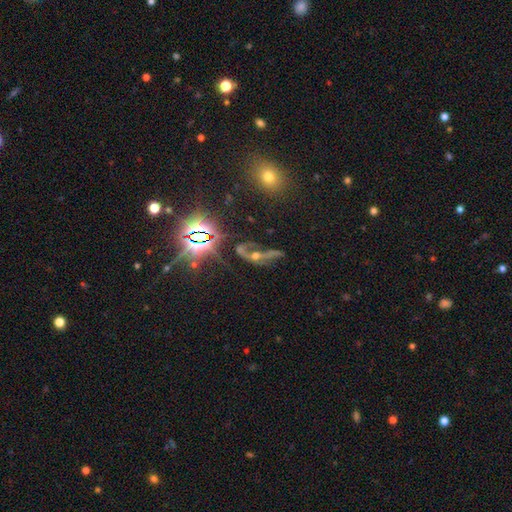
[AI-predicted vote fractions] Q: Smooth or featured?
A: featured or disk (52%); runner-up: star or artifact (32%)
Q: Edge-on disk?
A: no (84%); runner-up: yes (16%)
Q: Merging?
A: major disturbance (37%); runner-up: none (32%)